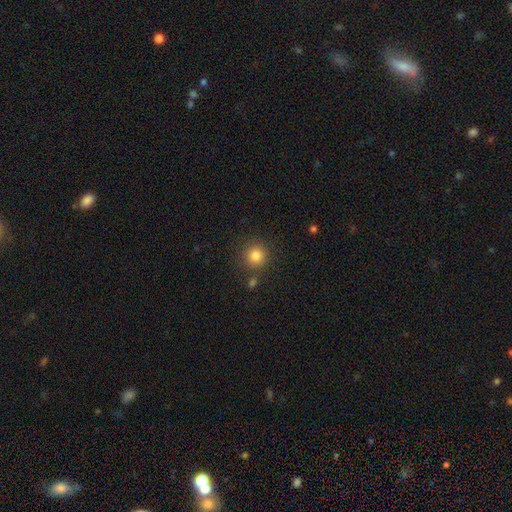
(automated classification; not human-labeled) Overall: smooth (83%). How rounded: round (93%). Merging: none (84%).